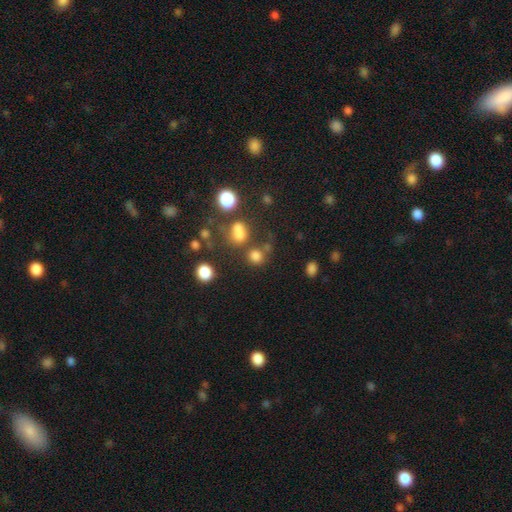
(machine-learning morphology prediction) Q: Smooth or featured?
A: smooth (76%); runner-up: star or artifact (18%)
Q: How rounded?
A: round (73%); runner-up: in between (25%)
Q: Merging?
A: none (62%); runner-up: merger (19%)